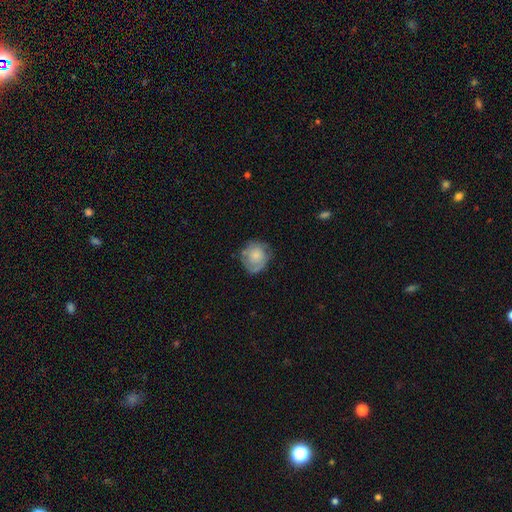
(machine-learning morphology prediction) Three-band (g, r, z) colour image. It shows a smooth galaxy with no disk features (58%) that is round (80%). Merging: none (62%).